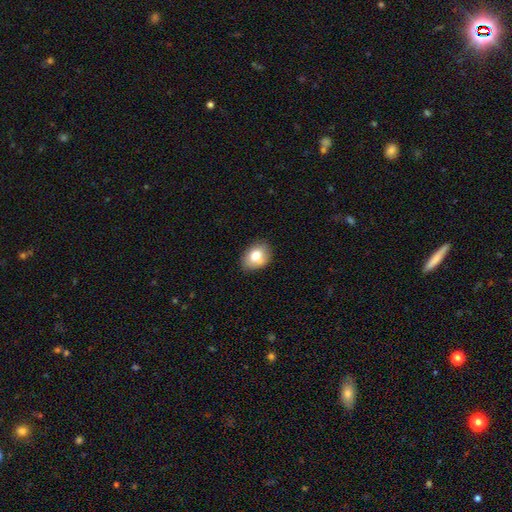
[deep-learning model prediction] Smooth or featured?
  - smooth: 79% *
  - featured or disk: 12%
  - star or artifact: 9%
How rounded?
  - in between: 67% *
  - round: 32%
  - cigar-shaped: 1%
Merging?
  - none: 74% *
  - minor disturbance: 20%
  - major disturbance: 4%
  - merger: 2%